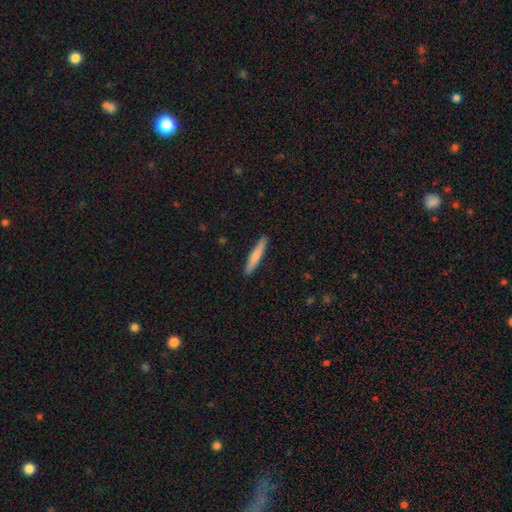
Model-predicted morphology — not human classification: Smooth or featured?
  - smooth: 72% *
  - featured or disk: 22%
  - star or artifact: 5%
How rounded?
  - cigar-shaped: 93% *
  - in between: 6%
  - round: 1%
Merging?
  - none: 91% *
  - minor disturbance: 7%
  - major disturbance: 1%
  - merger: 1%